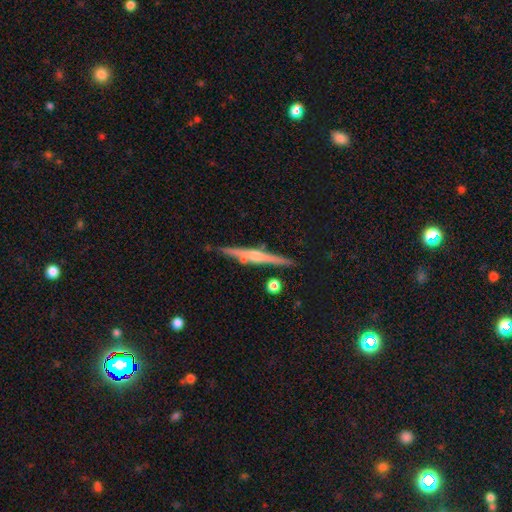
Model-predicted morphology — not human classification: type=featured or disk (75%); edge-on=yes (98%); edge-on bulge=rounded (72%); merging=none (86%).